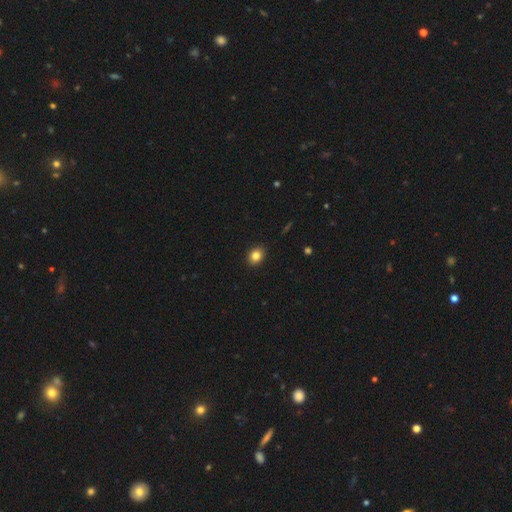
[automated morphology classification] Smooth or featured?
  - smooth: 83% *
  - star or artifact: 11%
  - featured or disk: 6%
How rounded?
  - round: 54% *
  - in between: 45%
  - cigar-shaped: 1%
Merging?
  - none: 90% *
  - minor disturbance: 7%
  - major disturbance: 2%
  - merger: 1%